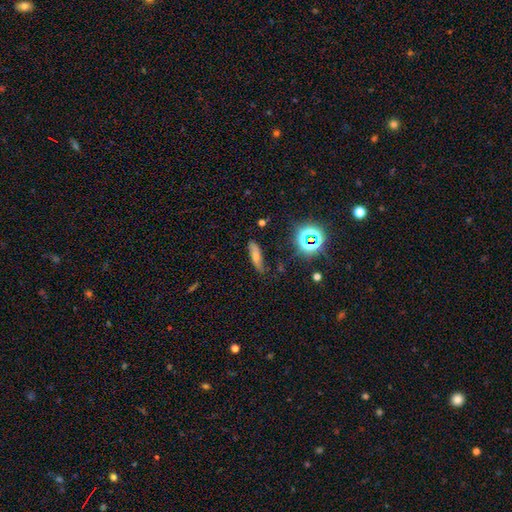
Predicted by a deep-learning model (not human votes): smooth-or-featured: smooth: 54% | featured or disk: 29% | star or artifact: 17%
  how-rounded: cigar-shaped: 57% | in between: 38% | round: 5%
  merging: none: 70% | minor disturbance: 21% | major disturbance: 6% | merger: 3%